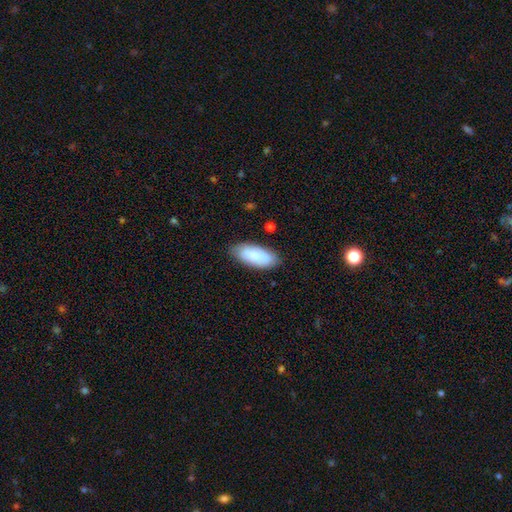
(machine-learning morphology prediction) Overall: smooth (82%). How rounded: in between (87%). Merging: none (82%).